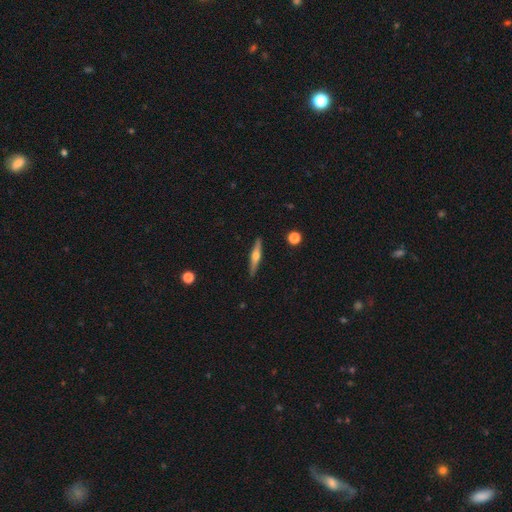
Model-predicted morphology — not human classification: smooth_or_featured: featured or disk (p=0.62) [alt: smooth p=0.32]
disk_edge_on: yes (p=0.96) [alt: no p=0.04]
edge_on_bulge: rounded (p=0.90) [alt: none p=0.05]
merging: none (p=0.90) [alt: minor disturbance p=0.07]